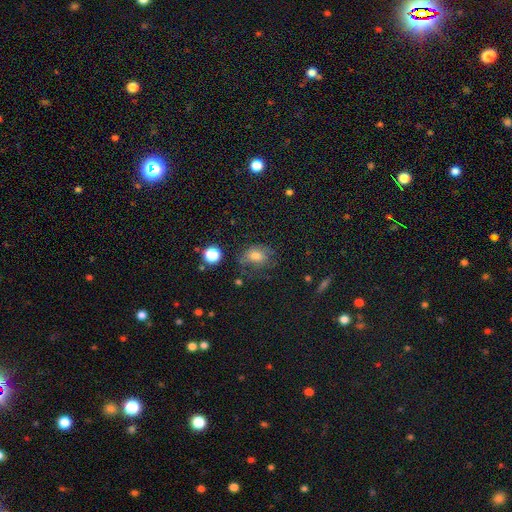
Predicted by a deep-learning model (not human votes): Smooth or featured? Predicted: smooth (p=0.61). How rounded? Predicted: in between (p=0.57). Merging? Predicted: none (p=0.59).